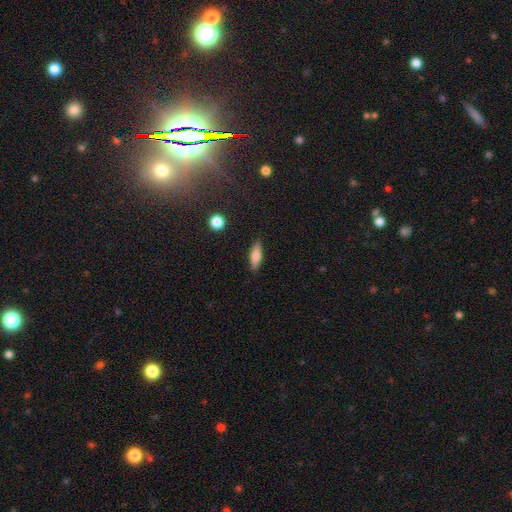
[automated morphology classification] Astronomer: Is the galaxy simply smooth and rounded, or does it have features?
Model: smooth — 67%.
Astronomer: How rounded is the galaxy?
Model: cigar-shaped — 52% (runner-up: in between, 45%).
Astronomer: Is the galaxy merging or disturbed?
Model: none — 86%.